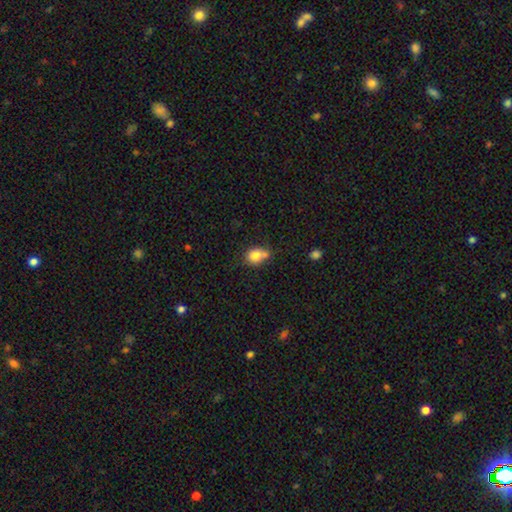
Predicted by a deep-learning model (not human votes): Overall: smooth (79%). How rounded: round (56%; in between 43%). Merging: none (47%; merger 23%).